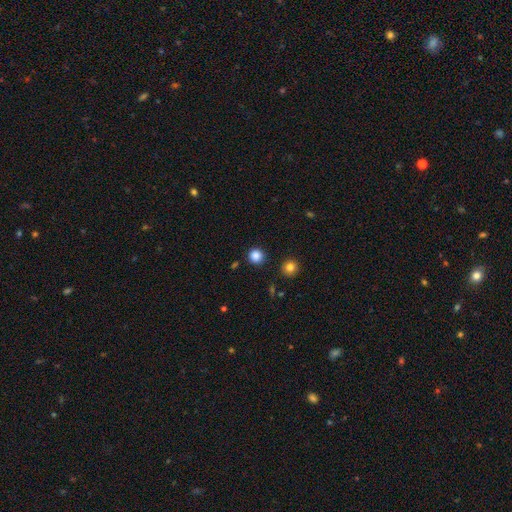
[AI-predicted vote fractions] Smooth or featured?
  - smooth: 85% *
  - star or artifact: 12%
  - featured or disk: 3%
How rounded?
  - round: 94% *
  - in between: 5%
  - cigar-shaped: 1%
Merging?
  - none: 90% *
  - minor disturbance: 6%
  - major disturbance: 2%
  - merger: 2%